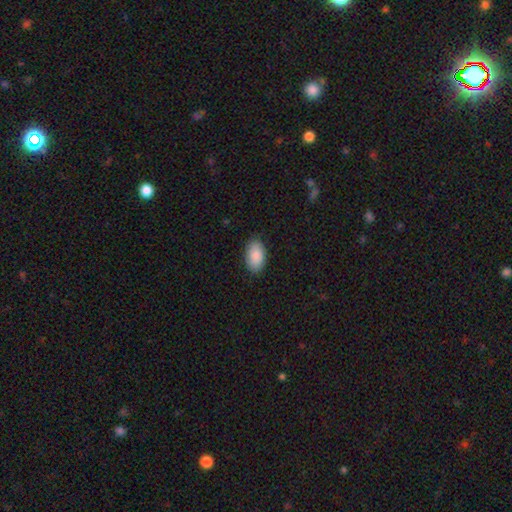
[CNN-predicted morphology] A smooth galaxy with no disk features (90%) that is in between round and cigar-shaped (95%).

Vote fractions:
- Smooth or featured? smooth: 90% / star or artifact: 6% / featured or disk: 4%
- How rounded? in between: 95% / round: 3% / cigar-shaped: 2%
- Merging? none: 87% / minor disturbance: 10% / major disturbance: 2% / merger: 1%